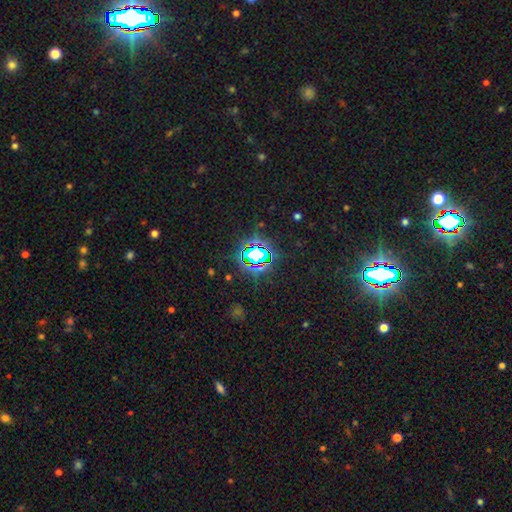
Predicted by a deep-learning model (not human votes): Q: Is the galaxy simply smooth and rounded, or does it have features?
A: star or artifact — 75%.